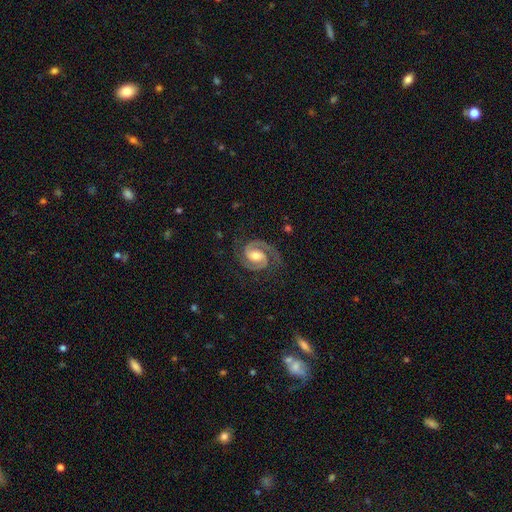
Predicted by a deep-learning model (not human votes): Q: Smooth or featured?
A: featured or disk (92%); runner-up: smooth (4%)
Q: Edge-on disk?
A: no (98%); runner-up: yes (2%)
Q: Bar?
A: weak (43%); runner-up: no (36%)
Q: Spiral arms?
A: yes (98%); runner-up: no (2%)
Q: Spiral winding?
A: medium (48%); runner-up: tight (45%)
Q: Spiral arm count?
A: 2 (93%); runner-up: 1 (2%)
Q: Bulge size?
A: moderate (64%); runner-up: small (25%)
Q: Merging?
A: none (79%); runner-up: minor disturbance (14%)